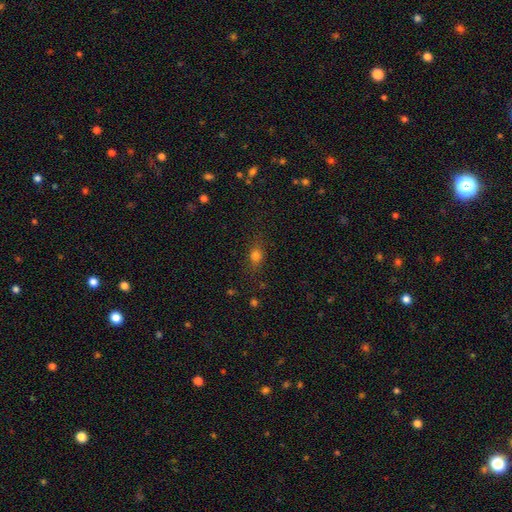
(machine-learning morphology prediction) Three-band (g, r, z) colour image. It shows a smooth galaxy with no disk features (76%) that is in between round and cigar-shaped (52%). Merging: none (79%).